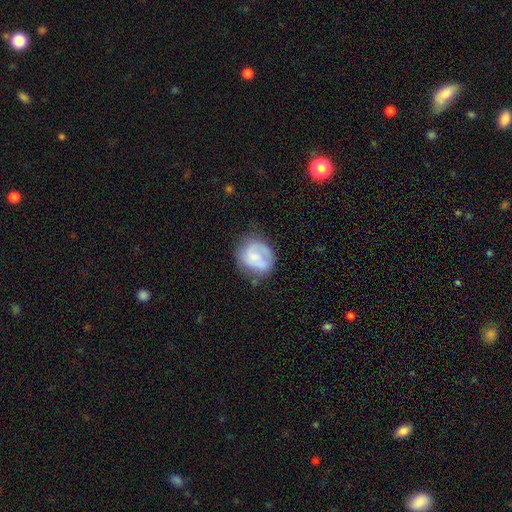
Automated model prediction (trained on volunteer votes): Smooth or featured? Predicted: smooth (p=0.53). How rounded? Predicted: round (p=0.69). Merging? Predicted: none (p=0.54).